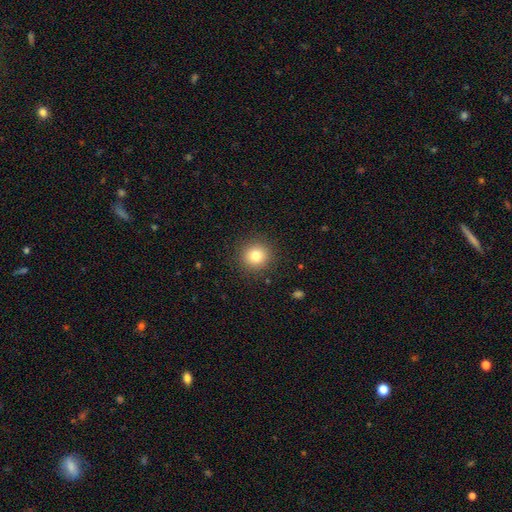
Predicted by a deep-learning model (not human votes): Smooth or featured? smooth (80%)
How rounded? round (94%)
Merging? none (90%)